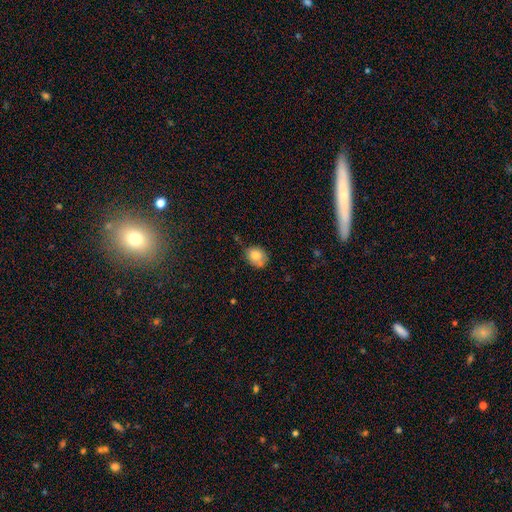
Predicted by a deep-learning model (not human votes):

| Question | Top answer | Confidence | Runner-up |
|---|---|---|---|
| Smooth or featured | smooth | 80% | featured or disk (11%) |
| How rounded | round | 58% | in between (41%) |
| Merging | none | 62% | minor disturbance (23%) |